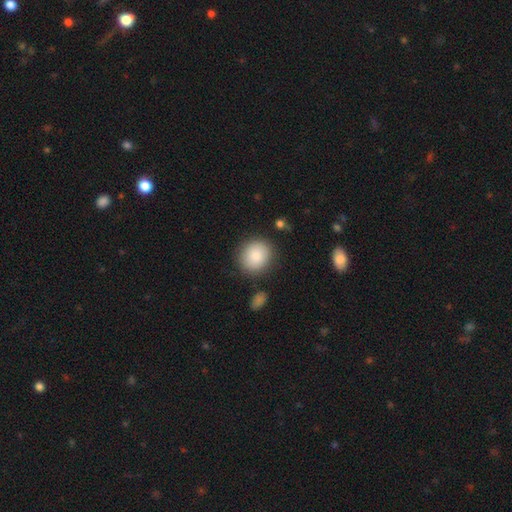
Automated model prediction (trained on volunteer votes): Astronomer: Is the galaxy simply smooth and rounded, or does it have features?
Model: smooth — 87%.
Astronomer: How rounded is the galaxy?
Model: round — 81%.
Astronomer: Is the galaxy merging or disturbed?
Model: none — 84%.